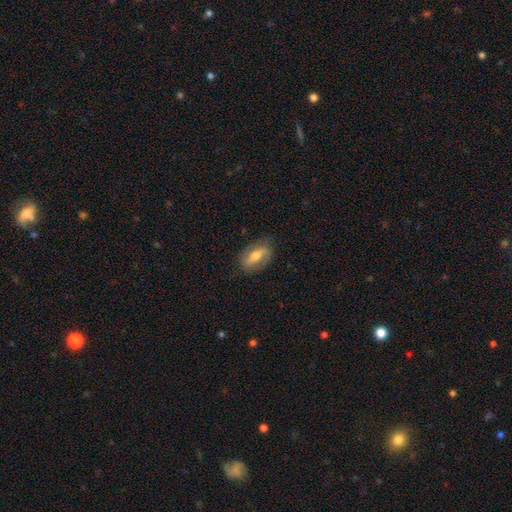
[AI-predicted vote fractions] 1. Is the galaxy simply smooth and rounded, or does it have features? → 51% featured or disk, 43% smooth, 6% star or artifact.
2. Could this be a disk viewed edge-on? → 82% no, 18% yes.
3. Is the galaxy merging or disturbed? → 78% none, 16% minor disturbance, 5% major disturbance, 1% merger.